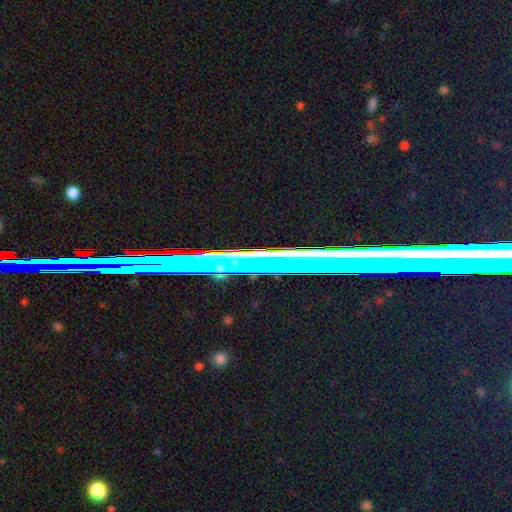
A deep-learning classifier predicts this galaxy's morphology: A star or artifact, not a galaxy (76%).

Vote fractions:
- Smooth or featured? star or artifact: 76% / featured or disk: 14% / smooth: 10%